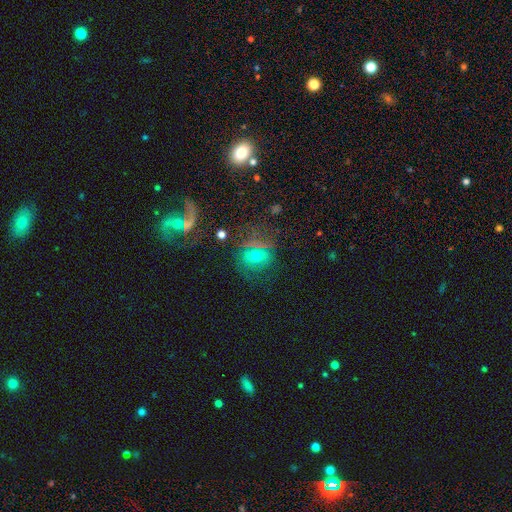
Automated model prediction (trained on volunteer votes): Overall: smooth (48%; featured or disk 26%). Merging: none (66%).